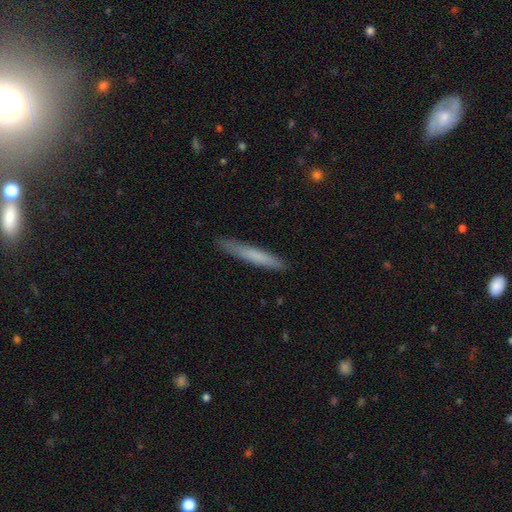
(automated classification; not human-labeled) Overall: smooth (72%). How rounded: cigar-shaped (95%). Merging: none (87%).